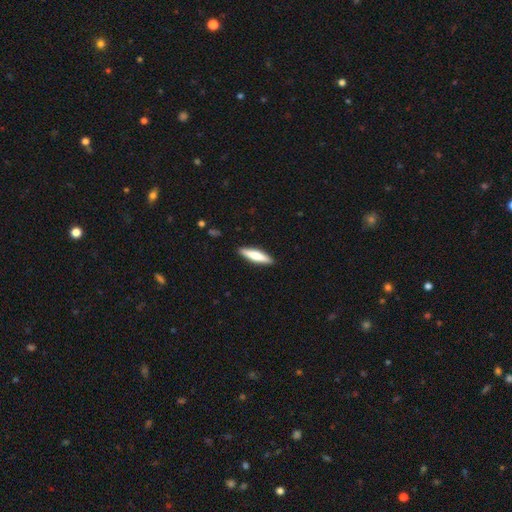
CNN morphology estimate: smooth-or-featured: smooth: 64% | featured or disk: 31% | star or artifact: 5%
  how-rounded: cigar-shaped: 79% | in between: 20% | round: 1%
  merging: none: 91% | minor disturbance: 7% | major disturbance: 1% | merger: 1%